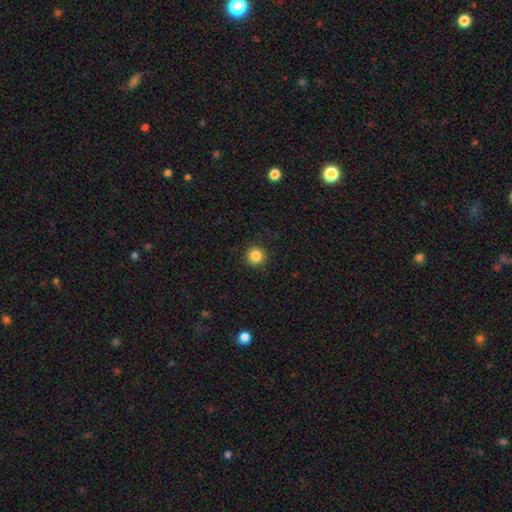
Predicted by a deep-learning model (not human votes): Smooth or featured?
  - smooth: 85% *
  - star or artifact: 10%
  - featured or disk: 4%
How rounded?
  - round: 95% *
  - in between: 4%
  - cigar-shaped: 1%
Merging?
  - none: 92% *
  - minor disturbance: 5%
  - major disturbance: 2%
  - merger: 1%